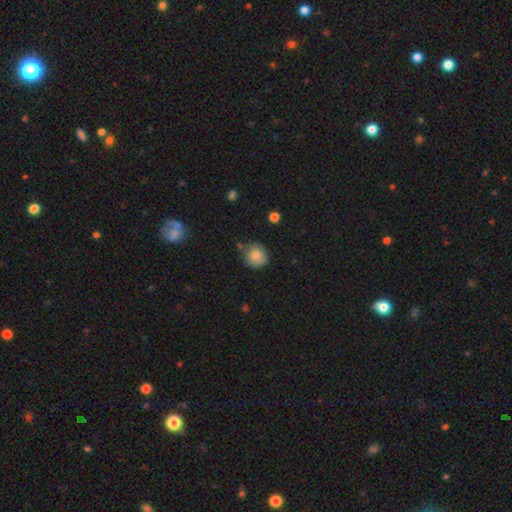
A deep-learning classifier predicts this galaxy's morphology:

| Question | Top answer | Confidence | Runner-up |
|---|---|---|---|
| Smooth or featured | smooth | 81% | star or artifact (10%) |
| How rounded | round | 86% | in between (13%) |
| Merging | none | 73% | minor disturbance (18%) |